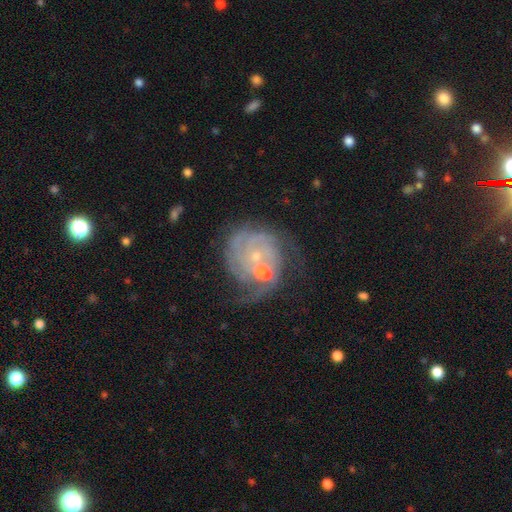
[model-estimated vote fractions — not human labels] A featured or disk galaxy (81%) with no bar (74%), tight (64%) spiral arms (92%) and a small central bulge (58%). Merging: none (40%).